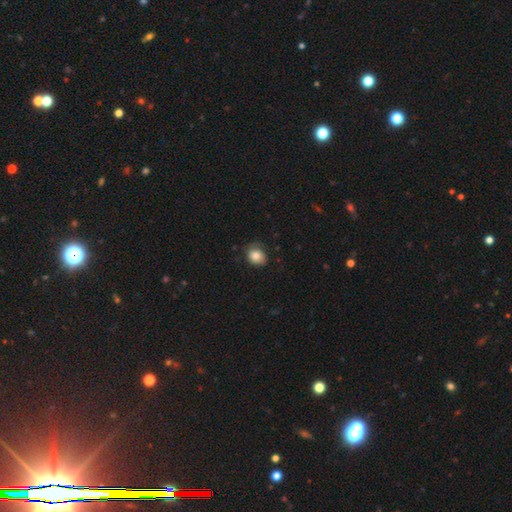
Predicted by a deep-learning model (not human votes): Smooth or featured?
  - smooth: 80% *
  - featured or disk: 12%
  - star or artifact: 8%
How rounded?
  - round: 63% *
  - in between: 36%
  - cigar-shaped: 1%
Merging?
  - none: 64% *
  - minor disturbance: 27%
  - major disturbance: 9%
  - merger: 1%